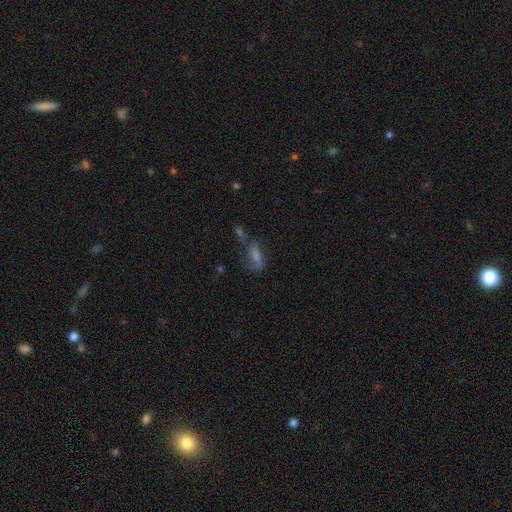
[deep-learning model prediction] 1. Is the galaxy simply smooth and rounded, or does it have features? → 40% featured or disk, 38% smooth, 22% star or artifact.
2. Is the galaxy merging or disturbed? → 34% none, 25% merger, 24% major disturbance, 18% minor disturbance.